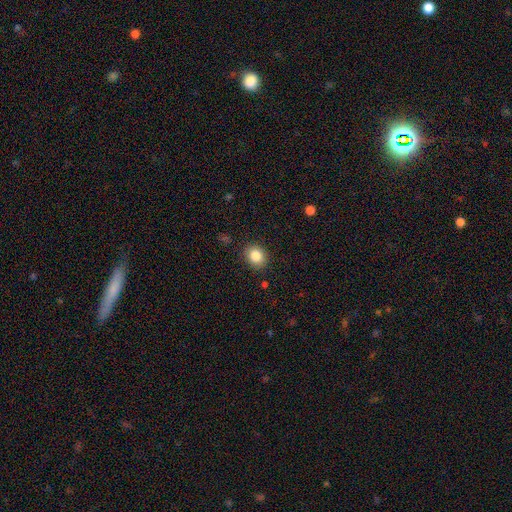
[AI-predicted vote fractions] Smooth or featured?
  - smooth: 85% *
  - star or artifact: 9%
  - featured or disk: 6%
How rounded?
  - round: 61% *
  - in between: 39%
  - cigar-shaped: 1%
Merging?
  - none: 88% *
  - minor disturbance: 8%
  - major disturbance: 2%
  - merger: 1%